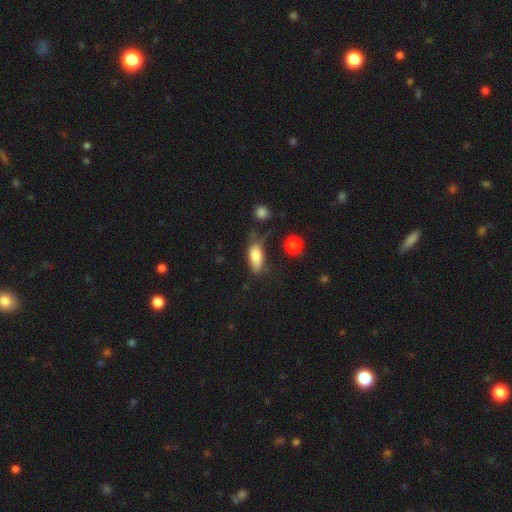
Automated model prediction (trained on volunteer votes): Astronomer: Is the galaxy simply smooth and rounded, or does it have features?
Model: smooth — 79%.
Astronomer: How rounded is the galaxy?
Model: in between — 80%.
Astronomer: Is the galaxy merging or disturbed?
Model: none — 45% (runner-up: minor disturbance, 32%).